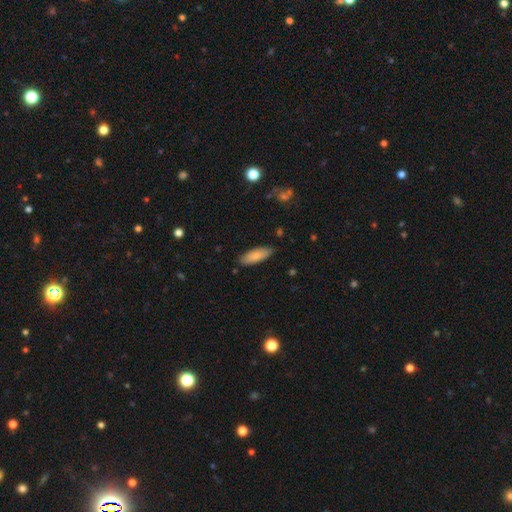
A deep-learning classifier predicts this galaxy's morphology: Smooth or featured?
  - smooth: 82% *
  - featured or disk: 12%
  - star or artifact: 6%
How rounded?
  - in between: 67% *
  - cigar-shaped: 31%
  - round: 2%
Merging?
  - none: 84% *
  - minor disturbance: 13%
  - major disturbance: 2%
  - merger: 1%